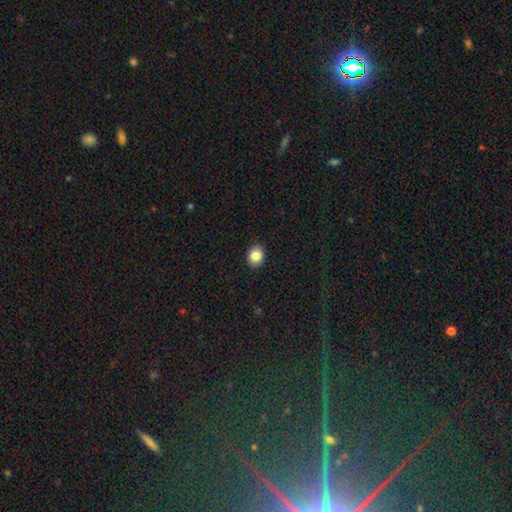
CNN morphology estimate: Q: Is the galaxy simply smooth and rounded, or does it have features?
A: smooth — 85%.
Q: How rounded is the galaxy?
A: round — 57%.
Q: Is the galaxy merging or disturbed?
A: none — 90%.